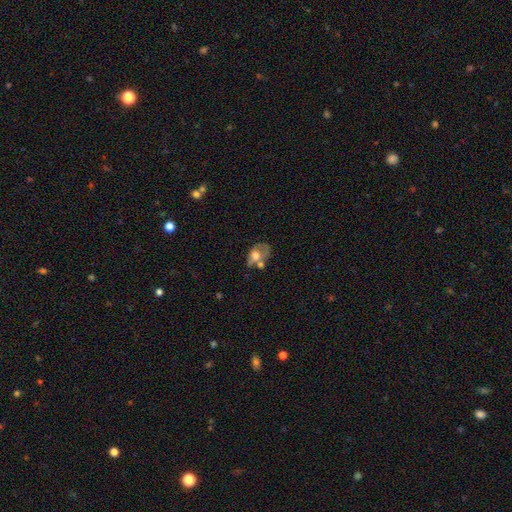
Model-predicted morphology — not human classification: Smooth or featured: smooth — 50% (featured or disk — 41%)
Merging: merger — 33% (none — 28%)